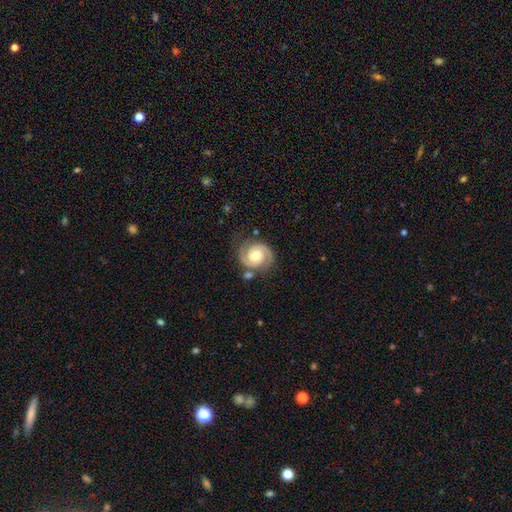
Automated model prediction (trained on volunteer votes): featured or disk 85%, smooth 10%, star or artifact 5%. Down the decision tree: edge-on disk — no (98%); bar — no (60%); spiral arms — yes (97%); spiral arm count — 2 (92%); spiral winding — tight (54%); bulge size — moderate (71%); merging — none (76%).